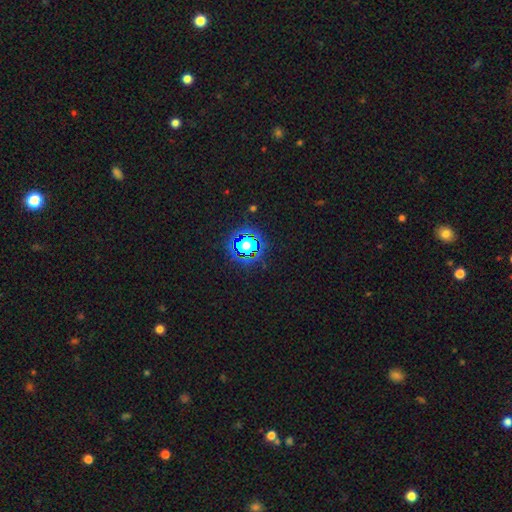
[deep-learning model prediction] This is likely a star or artifact rather than a galaxy (79%).